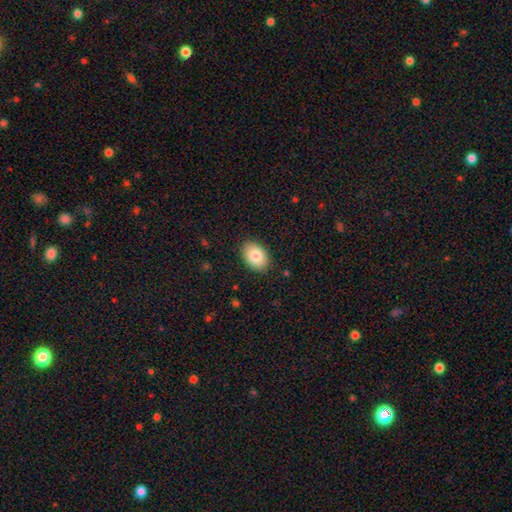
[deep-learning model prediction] A smooth galaxy with no disk features (84%) that is in between round and cigar-shaped (83%).

Vote fractions:
- Smooth or featured? smooth: 84% / featured or disk: 9% / star or artifact: 7%
- How rounded? in between: 83% / round: 16% / cigar-shaped: 1%
- Merging? none: 87% / minor disturbance: 10% / major disturbance: 2% / merger: 1%